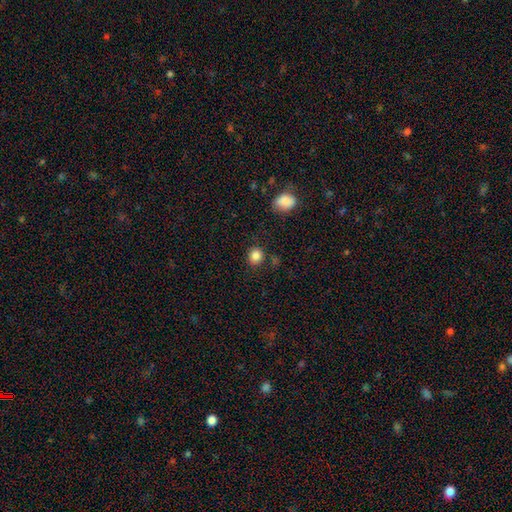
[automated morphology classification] smooth_or_featured: smooth (p=0.85) [alt: star or artifact p=0.11]
how_rounded: round (p=0.77) [alt: in between p=0.22]
merging: none (p=0.83) [alt: minor disturbance p=0.10]